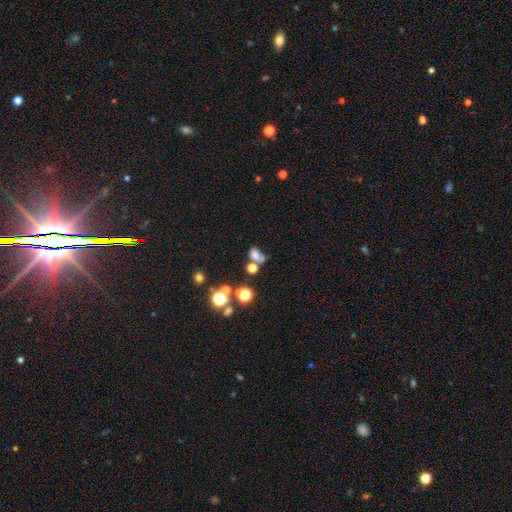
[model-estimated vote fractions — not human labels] smooth 67%, star or artifact 19%, featured or disk 14%. Down the decision tree: how rounded — in between (72%); merging — none (36%).